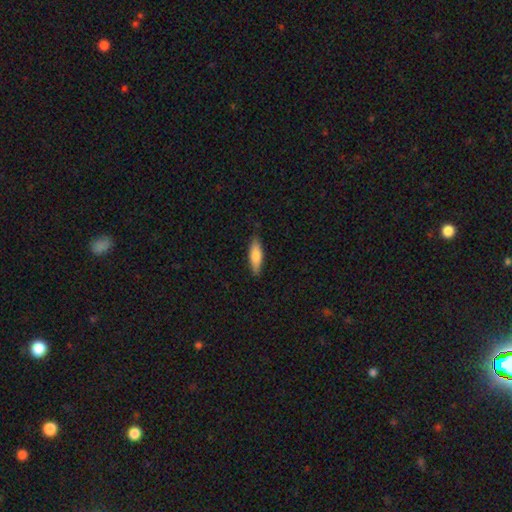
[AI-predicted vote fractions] Smooth or featured? Predicted: smooth (p=0.79). How rounded? Predicted: cigar-shaped (p=0.54). Merging? Predicted: none (p=0.86).